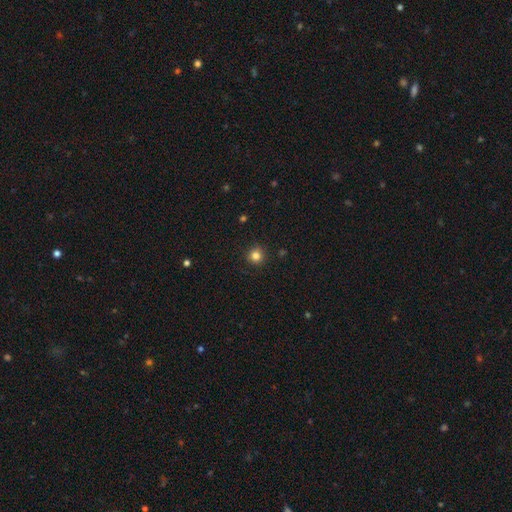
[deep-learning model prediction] smooth 82%, star or artifact 13%, featured or disk 5%. Down the decision tree: how rounded — round (94%); merging — none (90%).